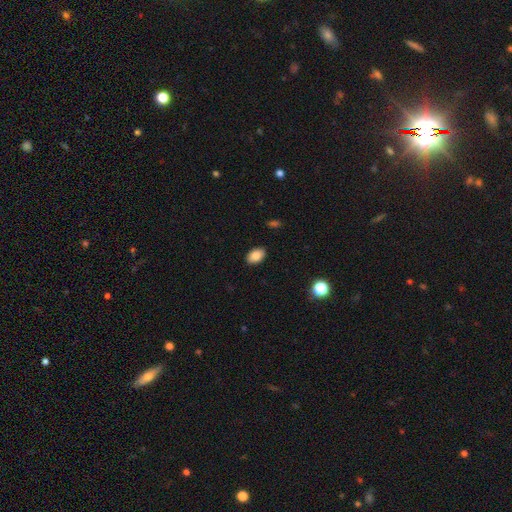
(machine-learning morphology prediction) Smooth or featured? Predicted: smooth (p=0.86). How rounded? Predicted: in between (p=0.87). Merging? Predicted: none (p=0.89).